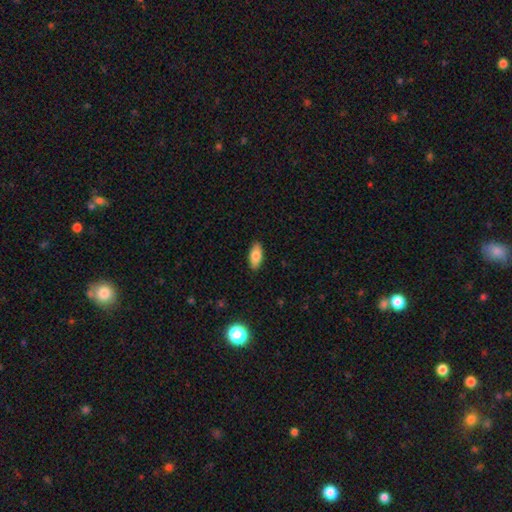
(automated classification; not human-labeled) smooth-or-featured: smooth: 81% | featured or disk: 12% | star or artifact: 7%
  how-rounded: in between: 86% | cigar-shaped: 11% | round: 3%
  merging: none: 88% | minor disturbance: 9% | major disturbance: 2% | merger: 1%